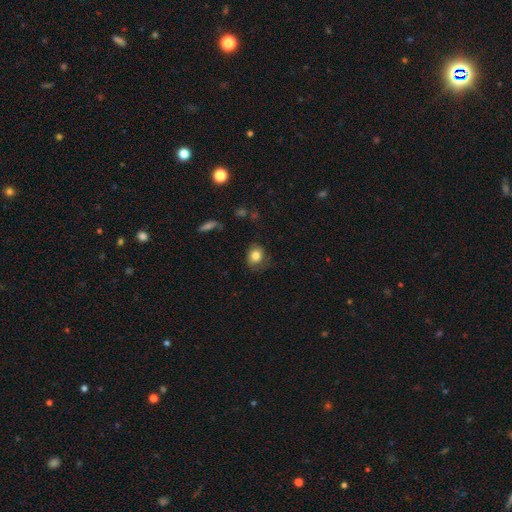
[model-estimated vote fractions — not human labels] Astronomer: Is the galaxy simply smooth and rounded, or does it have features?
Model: smooth — 80%.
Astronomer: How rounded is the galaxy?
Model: round — 56% (runner-up: in between, 43%).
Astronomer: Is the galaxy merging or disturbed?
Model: none — 67%.